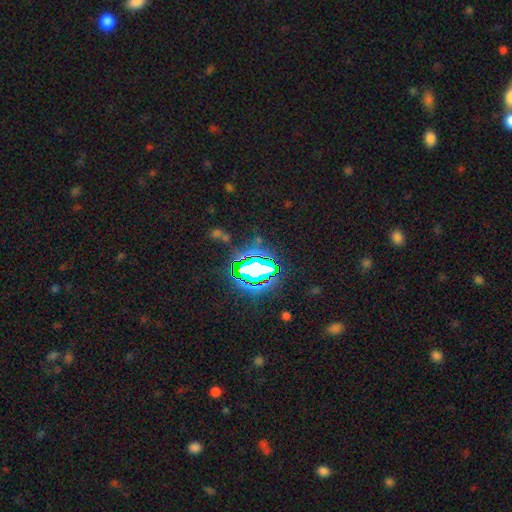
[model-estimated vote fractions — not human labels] Morphology: type=star or artifact (81%).